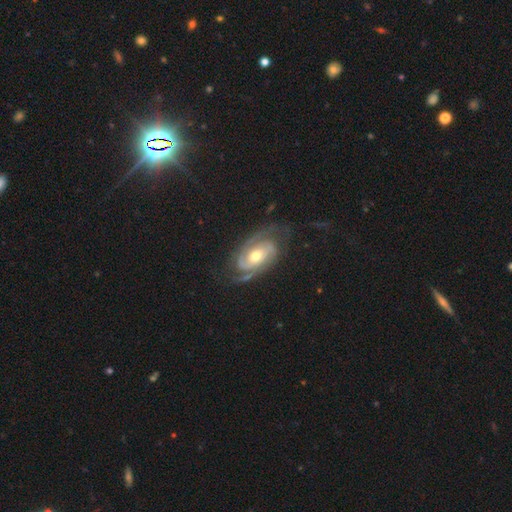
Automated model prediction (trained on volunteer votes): smooth-or-featured: featured or disk: 89% | smooth: 7% | star or artifact: 5%
  disk-edge-on: no: 96% | yes: 4%
    bar: no: 58% | weak: 30% | strong: 12%
    has-spiral-arms: yes: 97% | no: 3%
      spiral-winding: tight: 58% | medium: 33% | loose: 8%
      spiral-arm-count: 2: 74% | 3: 10% | can't tell: 8% | 1: 3% | 4: 2% | more than 4: 2%
    bulge-size: moderate: 72% | small: 21% | large: 6% | none: 1% | dominant: 1%
  merging: none: 71% | minor disturbance: 18% | major disturbance: 9% | merger: 1%